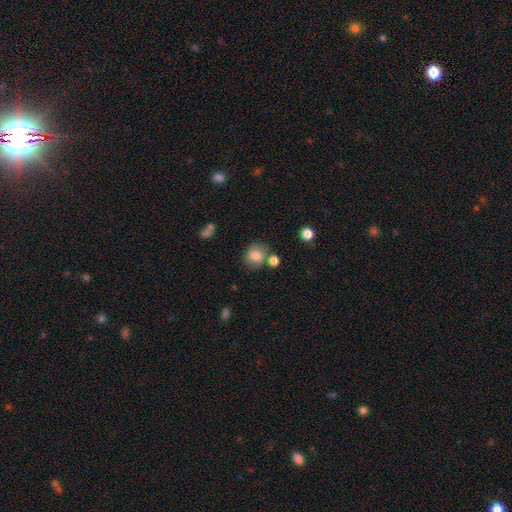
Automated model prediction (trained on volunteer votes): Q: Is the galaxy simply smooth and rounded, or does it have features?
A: smooth — 74%.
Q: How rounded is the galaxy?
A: round — 74%.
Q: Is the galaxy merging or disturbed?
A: none — 63%.